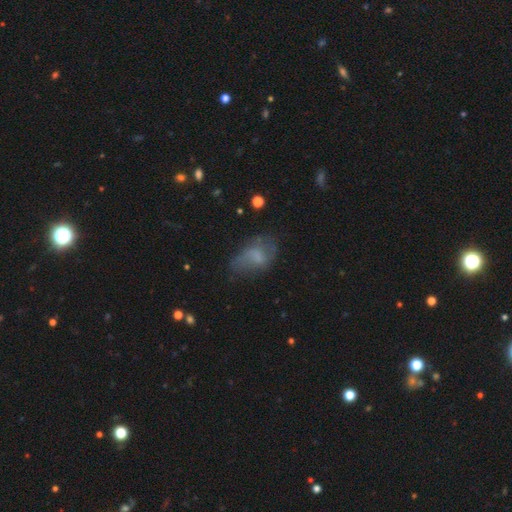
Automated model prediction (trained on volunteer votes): The model was most divided on "merging": none: 43%, minor disturbance: 29%, major disturbance: 25%, merger: 3%. More confident: how rounded — in between (87%); smooth or featured — smooth (54%).